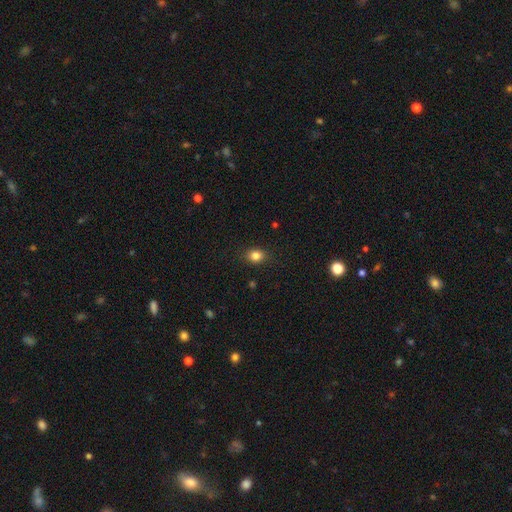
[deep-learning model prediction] Overall: smooth (83%). How rounded: in between (53%; round 45%). Merging: none (87%).